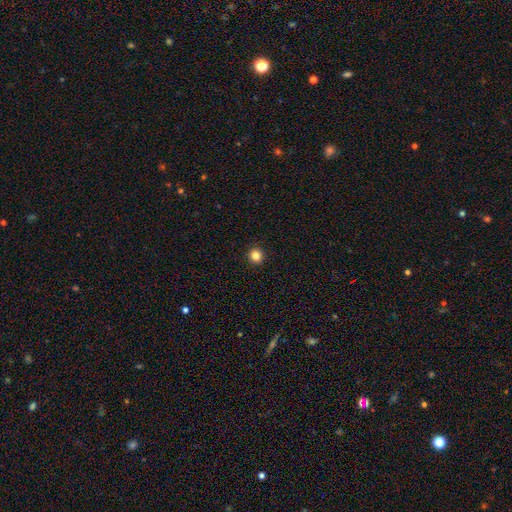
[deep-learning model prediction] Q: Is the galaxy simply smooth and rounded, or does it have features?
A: smooth — 84%.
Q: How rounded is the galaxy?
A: round — 90%.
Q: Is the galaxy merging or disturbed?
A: none — 93%.